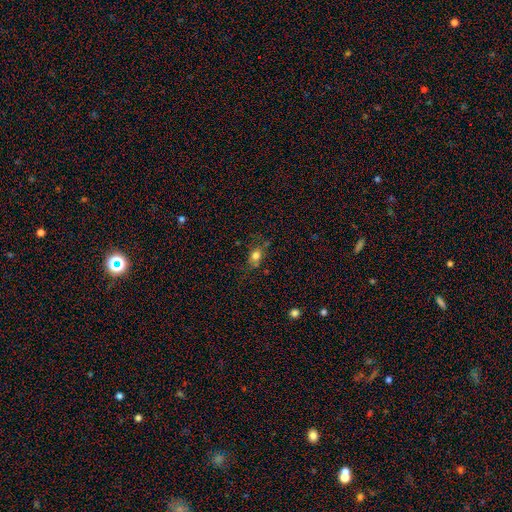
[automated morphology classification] Smooth or featured? smooth (76%)
How rounded? in between (55%)
Merging? none (64%)